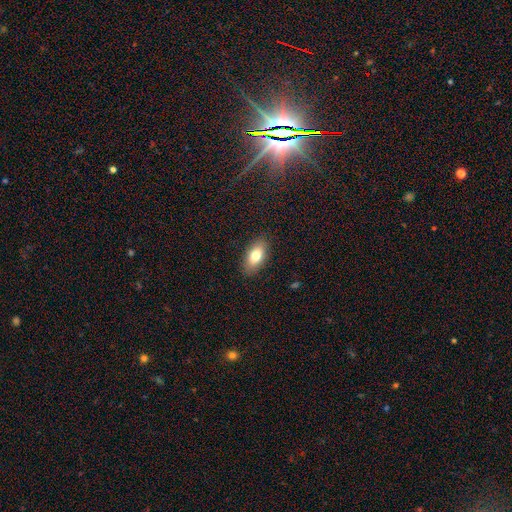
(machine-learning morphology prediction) This is likely a smooth galaxy (77%). How rounded: clearly in between (90%). Merging: clearly none (88%).